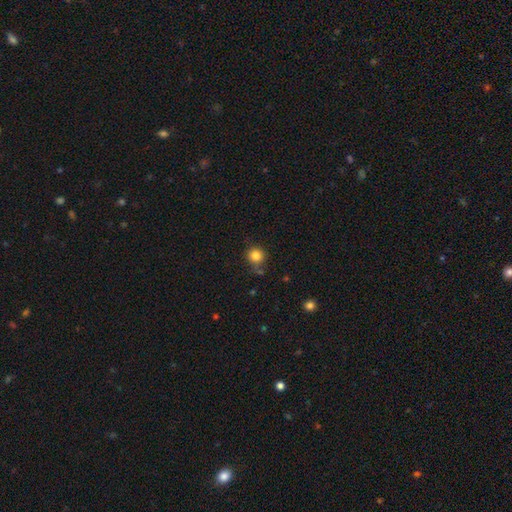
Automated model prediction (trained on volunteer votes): smooth-or-featured: smooth: 84% | star or artifact: 11% | featured or disk: 5%
  how-rounded: round: 91% | in between: 8% | cigar-shaped: 1%
  merging: none: 77% | minor disturbance: 14% | merger: 6% | major disturbance: 4%